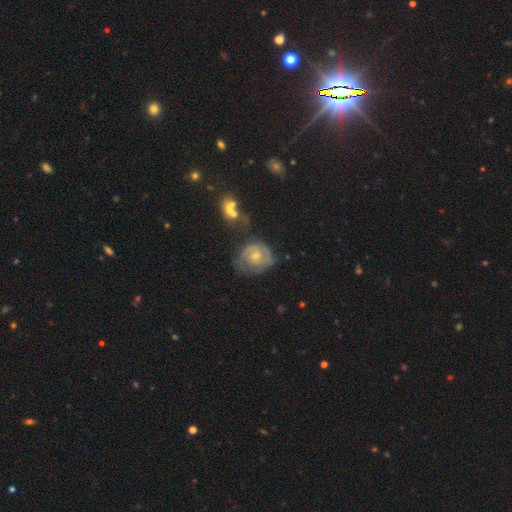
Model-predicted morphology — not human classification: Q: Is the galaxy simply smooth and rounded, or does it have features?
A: featured or disk — 76%.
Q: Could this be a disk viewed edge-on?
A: no — 98%.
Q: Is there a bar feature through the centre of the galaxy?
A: no — 67%.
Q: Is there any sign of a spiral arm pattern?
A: yes — 90%.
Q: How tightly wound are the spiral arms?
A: tight — 55%.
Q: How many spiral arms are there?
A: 2 — 54%.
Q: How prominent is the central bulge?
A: moderate — 53%.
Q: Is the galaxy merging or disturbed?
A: none — 51%.